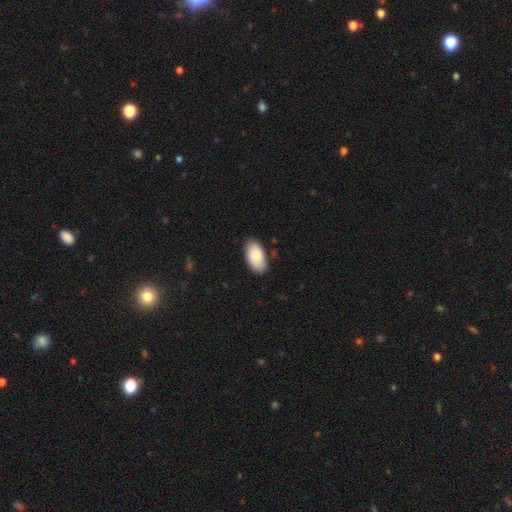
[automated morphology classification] This appears to be a smooth galaxy with no disk features (85%) that is in between round and cigar-shaped (95%). Merging: none (82%).